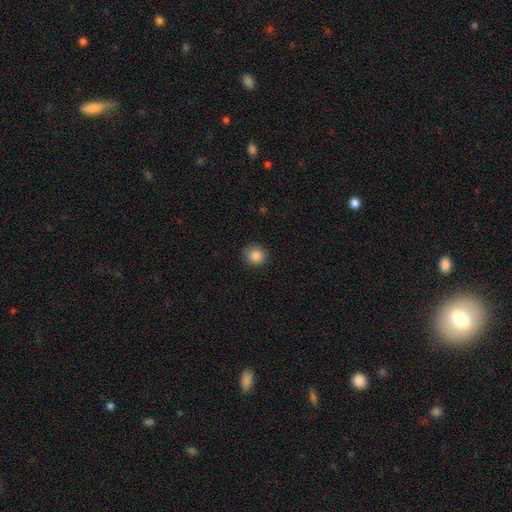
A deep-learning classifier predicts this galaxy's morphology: smooth 86%, star or artifact 9%, featured or disk 4%. Down the decision tree: how rounded — round (87%); merging — none (84%).